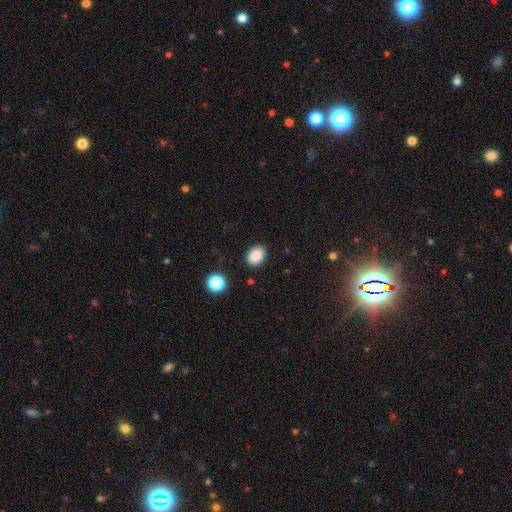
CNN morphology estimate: Smooth or featured?
  - smooth: 88% *
  - star or artifact: 9%
  - featured or disk: 3%
How rounded?
  - in between: 65% *
  - round: 35%
  - cigar-shaped: 1%
Merging?
  - none: 88% *
  - minor disturbance: 8%
  - major disturbance: 2%
  - merger: 2%